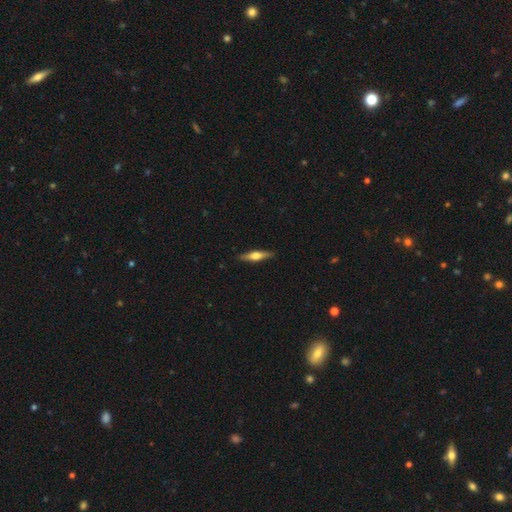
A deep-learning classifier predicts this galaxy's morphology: smooth-or-featured: featured or disk: 61% | smooth: 33% | star or artifact: 6%
  disk-edge-on: yes: 97% | no: 3%
    edge-on-bulge: rounded: 89% | boxy: 8% | none: 3%
  merging: none: 89% | minor disturbance: 8% | major disturbance: 2% | merger: 1%